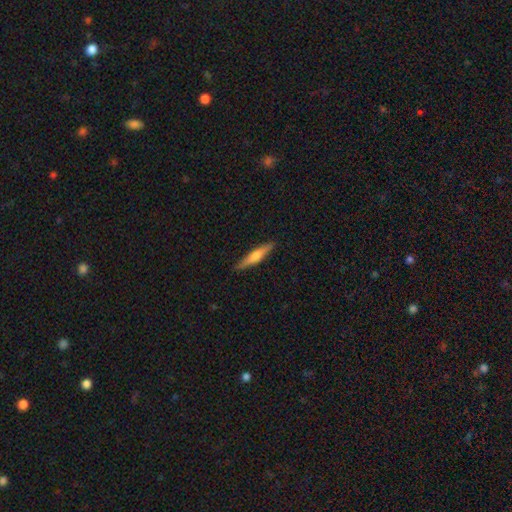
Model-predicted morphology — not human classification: A smooth galaxy with no disk features (49%). Merging: none (89%).